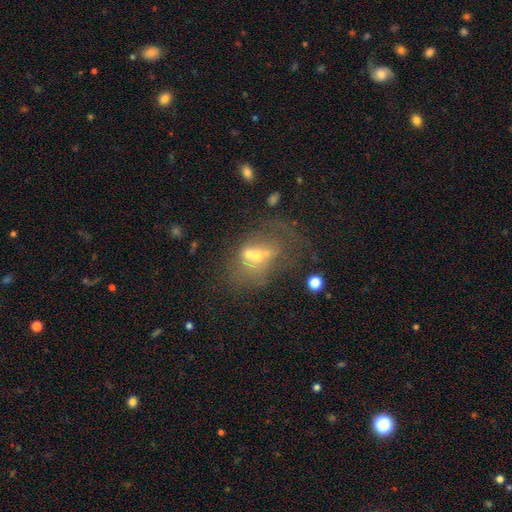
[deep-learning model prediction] This is marginally a smooth galaxy (42%). Merging: possibly merger (56%).